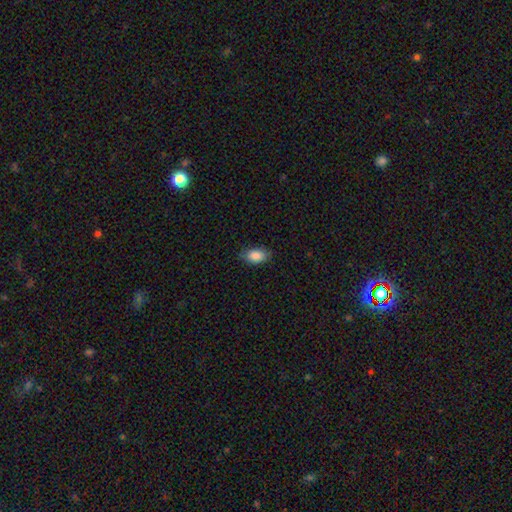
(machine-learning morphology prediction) smooth_or_featured: smooth (p=0.88) [alt: star or artifact p=0.07]
how_rounded: in between (p=0.91) [alt: round p=0.06]
merging: none (p=0.80) [alt: minor disturbance p=0.16]